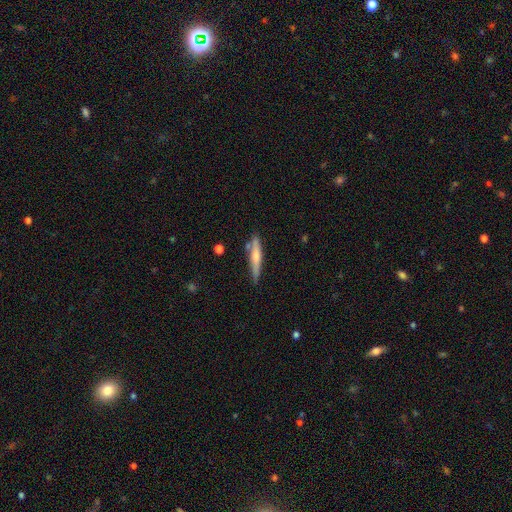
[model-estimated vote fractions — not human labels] Q: Smooth or featured?
A: featured or disk (53%); runner-up: smooth (40%)
Q: Edge-on disk?
A: yes (95%); runner-up: no (5%)
Q: Edge-on bulge?
A: rounded (78%); runner-up: none (15%)
Q: Merging?
A: none (80%); runner-up: minor disturbance (13%)